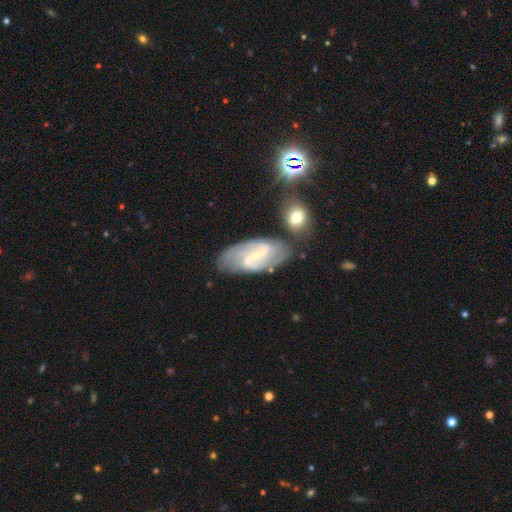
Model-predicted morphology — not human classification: Overall: featured or disk (82%). Edge-on disk: no (95%). Bar: weak (47%; strong 39%). Spiral arms: yes (91%). Spiral arm count: 2 (76%). Spiral winding: medium (44%; loose 30%). Bulge size: small (69%). Merging: none (70%).